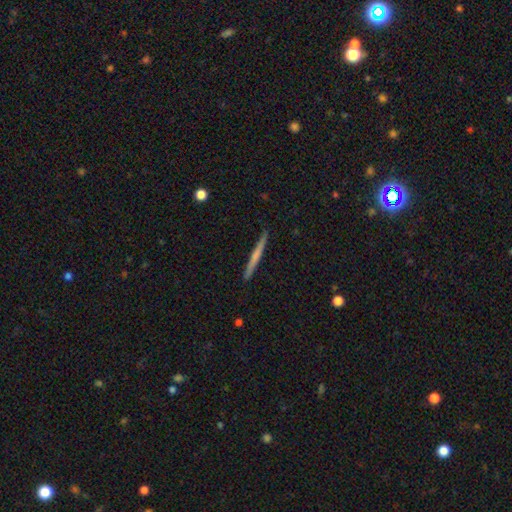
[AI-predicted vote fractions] A smooth galaxy with no disk features (51%) that is cigar-shaped (97%).

Vote fractions:
- Smooth or featured? smooth: 51% / featured or disk: 43% / star or artifact: 5%
- How rounded? cigar-shaped: 97% / in between: 2% / round: 2%
- Merging? none: 91% / minor disturbance: 6% / major disturbance: 1% / merger: 1%